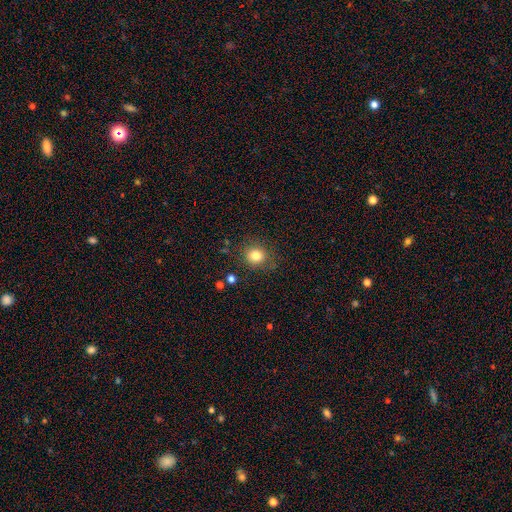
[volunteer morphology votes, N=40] type=smooth (85%); roundness=round (71%); merging=none (78%).